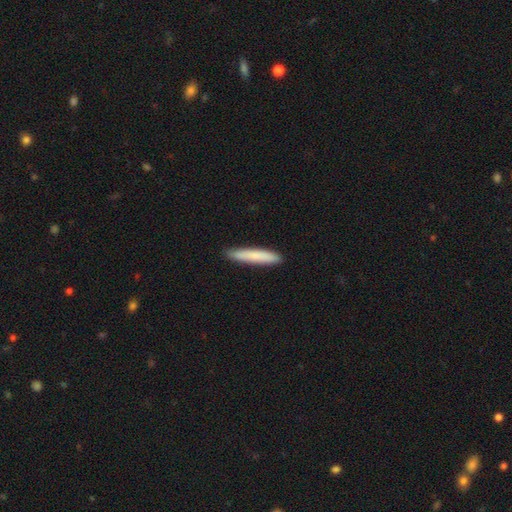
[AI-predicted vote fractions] Morphology: type=smooth (81%); roundness=cigar-shaped (94%); merging=none (90%).